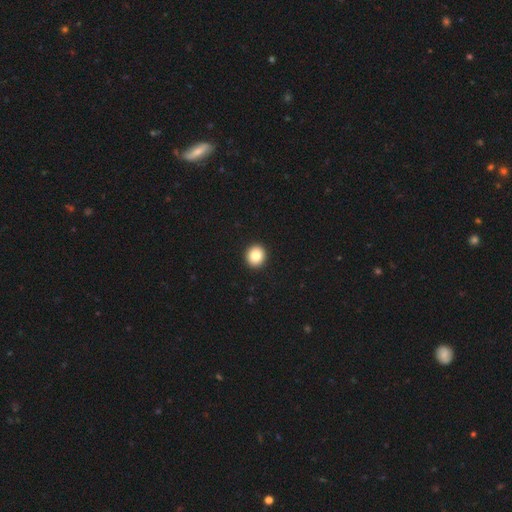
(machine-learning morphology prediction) This appears to be a smooth galaxy with no disk features (85%) that is round (87%). Merging: none (94%).